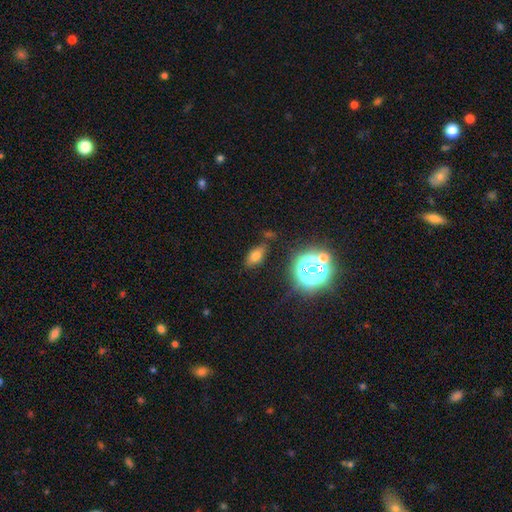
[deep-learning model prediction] smooth_or_featured: smooth (p=0.66) [alt: star or artifact p=0.21]
how_rounded: in between (p=0.83) [alt: round p=0.10]
merging: none (p=0.79) [alt: minor disturbance p=0.13]